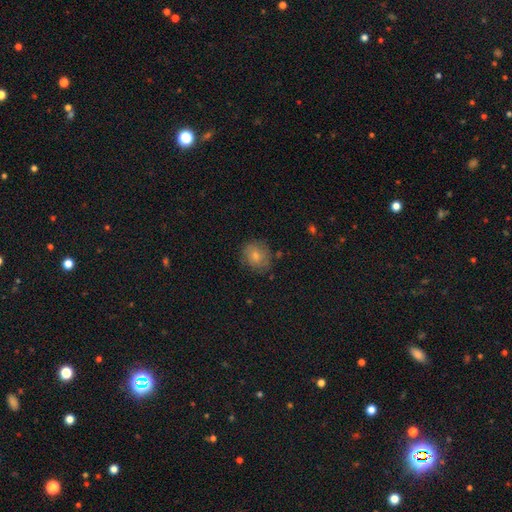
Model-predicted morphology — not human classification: smooth_or_featured: smooth (p=0.74) [alt: featured or disk p=0.17]
how_rounded: round (p=0.79) [alt: in between p=0.20]
merging: none (p=0.75) [alt: minor disturbance p=0.18]